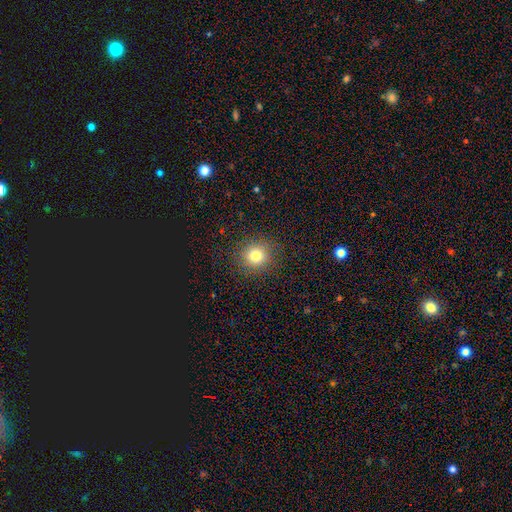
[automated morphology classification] This is likely a smooth galaxy (79%). How rounded: clearly round (87%). Merging: clearly none (88%).